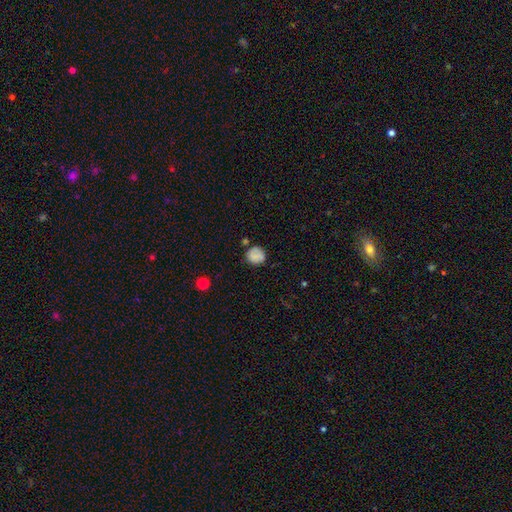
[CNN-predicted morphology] Smooth or featured: smooth — 80% (featured or disk — 10%)
How rounded: round — 86% (in between — 13%)
Merging: none — 73% (minor disturbance — 18%)